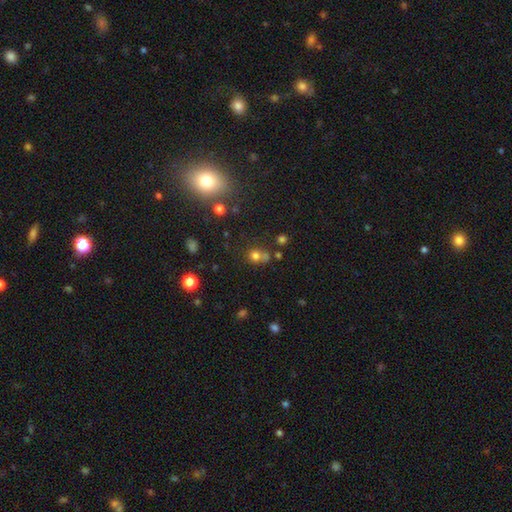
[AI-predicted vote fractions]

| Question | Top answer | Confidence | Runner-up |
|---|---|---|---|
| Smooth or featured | smooth | 70% | star or artifact (20%) |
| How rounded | round | 82% | in between (17%) |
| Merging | none | 52% | merger (34%) |